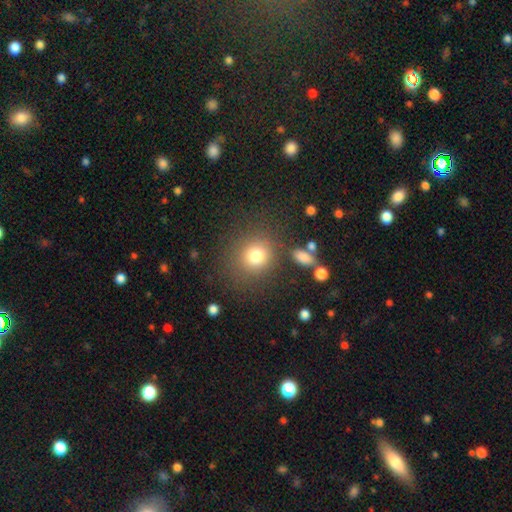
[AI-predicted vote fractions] The model was most divided on "how rounded": round: 82%, in between: 17%, cigar-shaped: 1%. More confident: smooth or featured — smooth (79%); merging — none (78%).